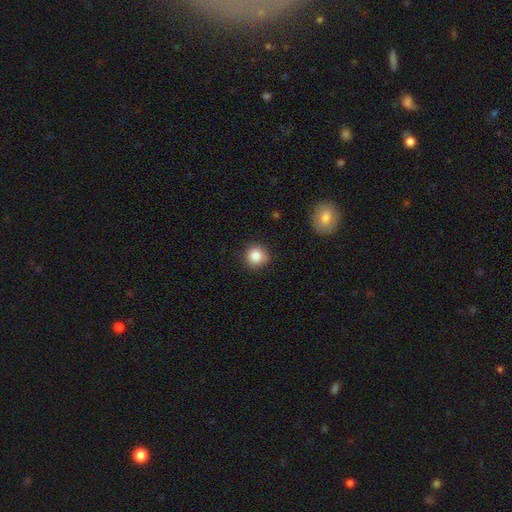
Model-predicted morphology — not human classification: Smooth or featured? smooth (85%)
How rounded? round (91%)
Merging? none (85%)